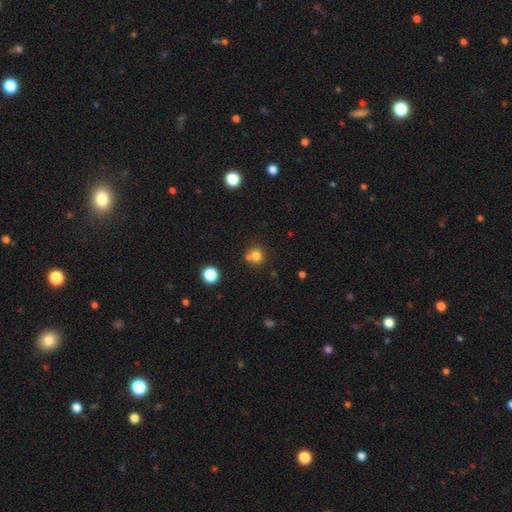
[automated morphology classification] Overall: smooth (75%). How rounded: round (87%). Merging: none (57%; merger 32%).